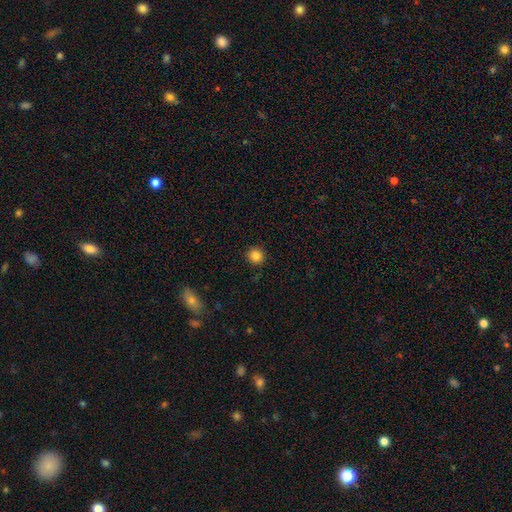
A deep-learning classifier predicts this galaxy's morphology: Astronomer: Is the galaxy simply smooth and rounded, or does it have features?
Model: smooth — 85%.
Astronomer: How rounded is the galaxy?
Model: round — 94%.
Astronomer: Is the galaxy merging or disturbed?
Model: none — 91%.